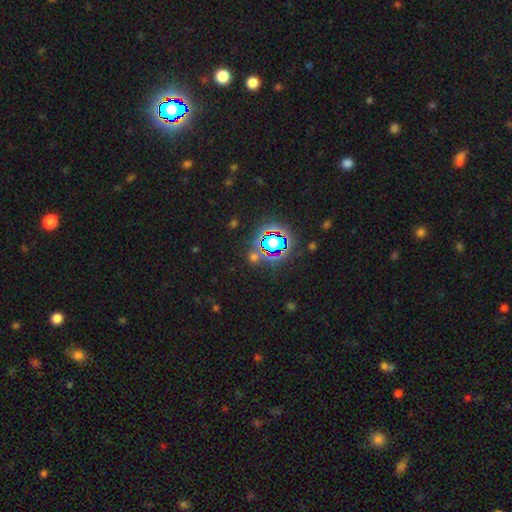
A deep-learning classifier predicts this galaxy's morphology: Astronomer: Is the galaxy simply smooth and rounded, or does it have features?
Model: star or artifact — 74%.